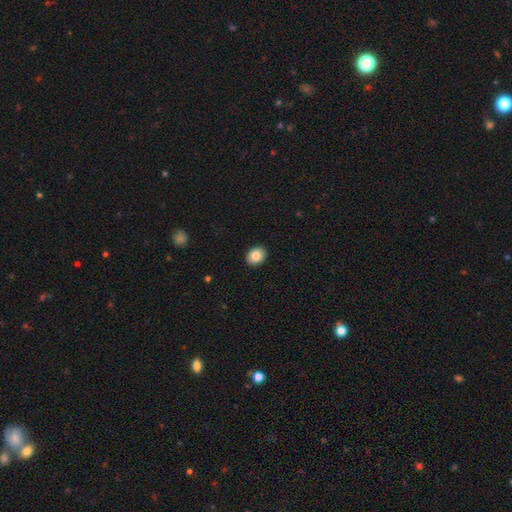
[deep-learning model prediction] A smooth galaxy with no disk features (86%) that is in between round and cigar-shaped (63%). Merging: none (91%).